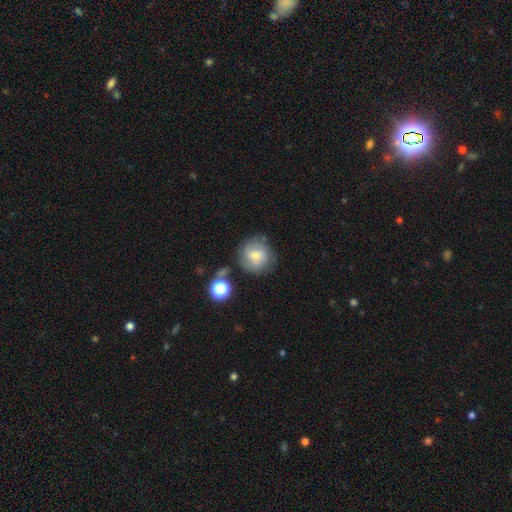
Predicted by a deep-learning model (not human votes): This appears to be a smooth galaxy with no disk features (51%) that is round (88%). Merging: none (63%).